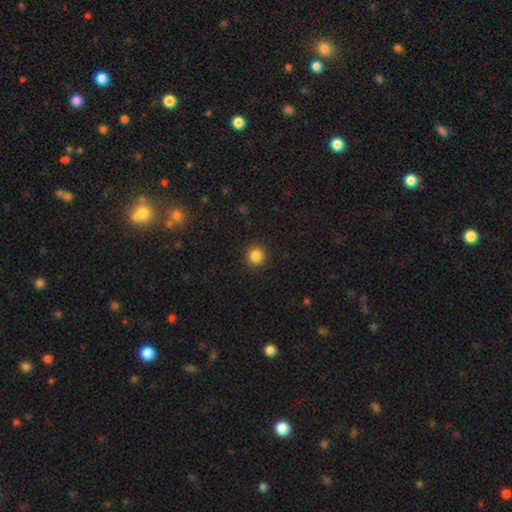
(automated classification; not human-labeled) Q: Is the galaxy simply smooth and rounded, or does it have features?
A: smooth — 86%.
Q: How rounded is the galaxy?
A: round — 94%.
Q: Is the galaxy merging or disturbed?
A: none — 92%.